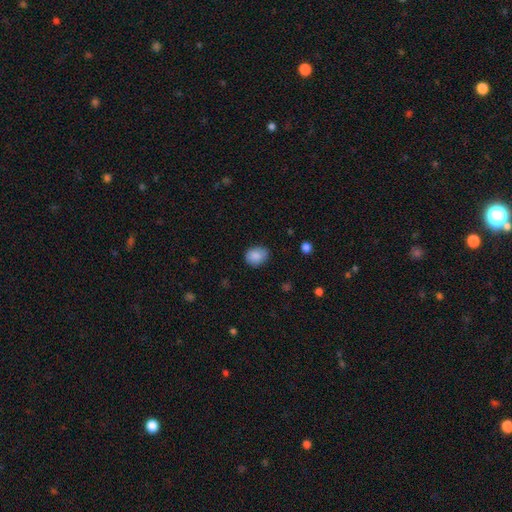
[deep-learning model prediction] This is clearly a smooth galaxy (87%). How rounded: possibly round (50%). Merging: likely none (79%).